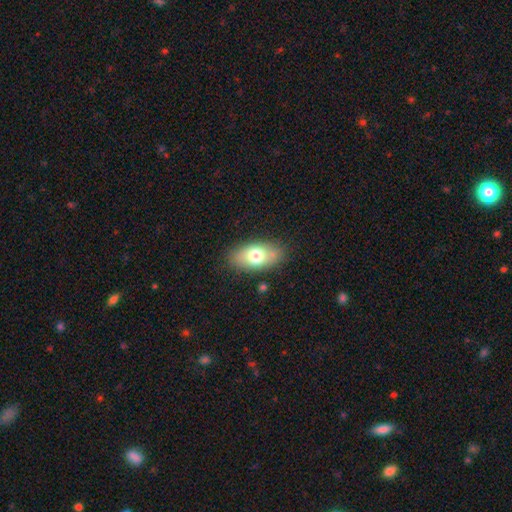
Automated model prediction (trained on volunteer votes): smooth-or-featured: smooth: 72% | featured or disk: 20% | star or artifact: 8%
  how-rounded: in between: 89% | round: 6% | cigar-shaped: 5%
  merging: none: 80% | minor disturbance: 14% | major disturbance: 4% | merger: 2%